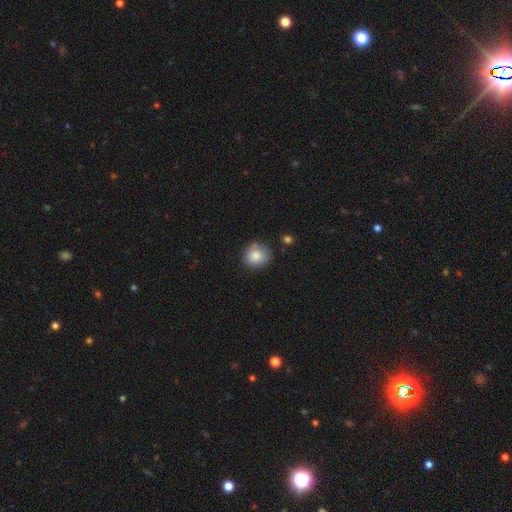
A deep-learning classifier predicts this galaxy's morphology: This appears to be a smooth galaxy with no disk features (84%) that is round (89%). Merging: none (76%).